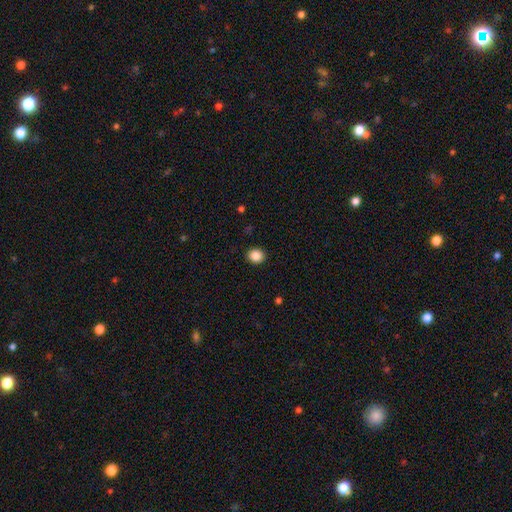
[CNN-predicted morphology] smooth_or_featured: smooth (p=0.86) [alt: star or artifact p=0.10]
how_rounded: round (p=0.77) [alt: in between p=0.22]
merging: none (p=0.92) [alt: minor disturbance p=0.05]